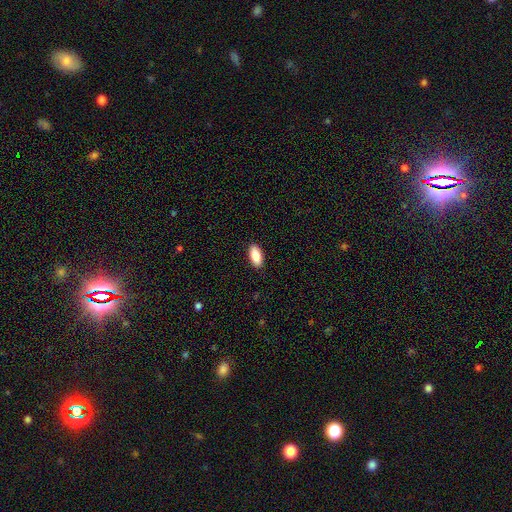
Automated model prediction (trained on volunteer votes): Smooth or featured?
  - smooth: 87% *
  - featured or disk: 6%
  - star or artifact: 6%
How rounded?
  - in between: 90% *
  - cigar-shaped: 7%
  - round: 2%
Merging?
  - none: 90% *
  - minor disturbance: 7%
  - major disturbance: 2%
  - merger: 1%